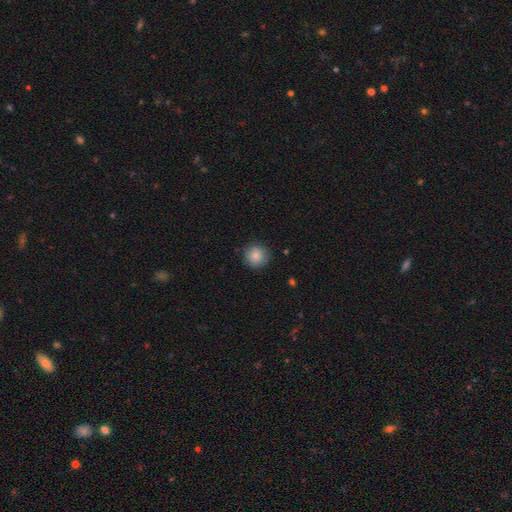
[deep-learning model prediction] The model was most divided on "merging": none: 87%, minor disturbance: 10%, major disturbance: 2%, merger: 1%. More confident: how rounded — round (94%); smooth or featured — smooth (86%).